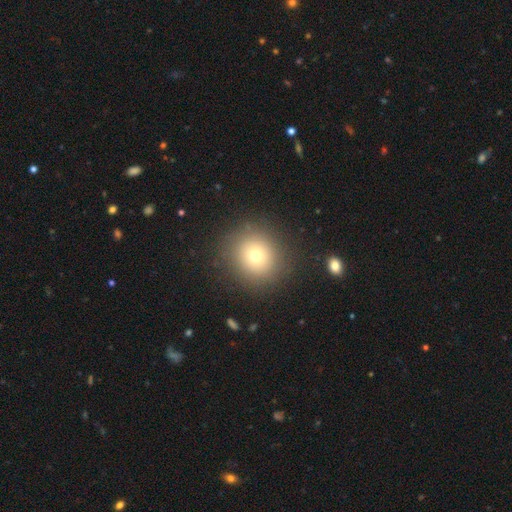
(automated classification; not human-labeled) Smooth or featured?
  - smooth: 72% *
  - star or artifact: 16%
  - featured or disk: 12%
How rounded?
  - round: 90% *
  - in between: 9%
  - cigar-shaped: 1%
Merging?
  - none: 87% *
  - minor disturbance: 7%
  - major disturbance: 4%
  - merger: 2%